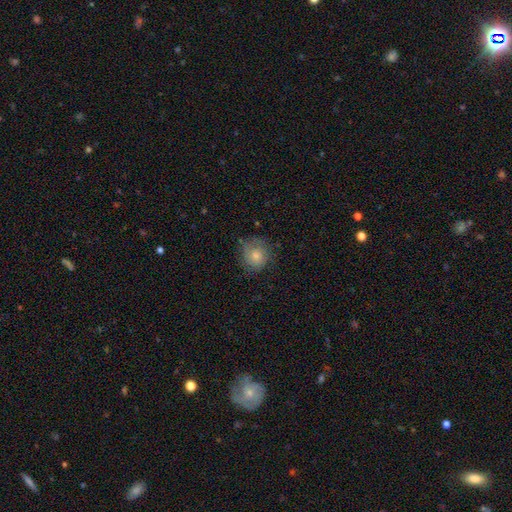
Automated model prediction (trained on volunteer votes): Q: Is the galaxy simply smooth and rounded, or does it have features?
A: smooth — 70%.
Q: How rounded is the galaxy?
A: round — 86%.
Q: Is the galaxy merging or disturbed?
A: none — 70%.